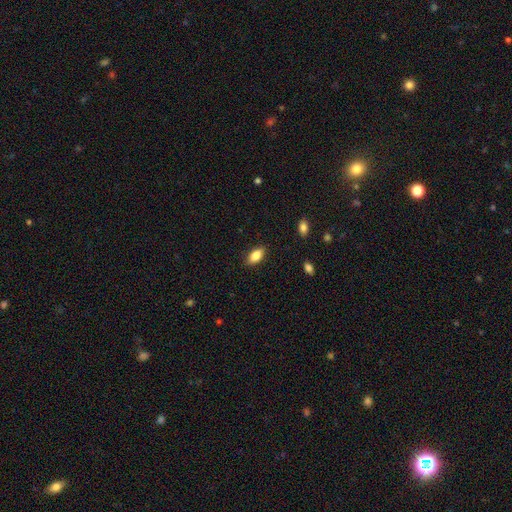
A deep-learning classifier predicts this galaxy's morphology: Q: Smooth or featured?
A: smooth (84%); runner-up: featured or disk (8%)
Q: How rounded?
A: in between (89%); runner-up: cigar-shaped (8%)
Q: Merging?
A: none (87%); runner-up: minor disturbance (10%)